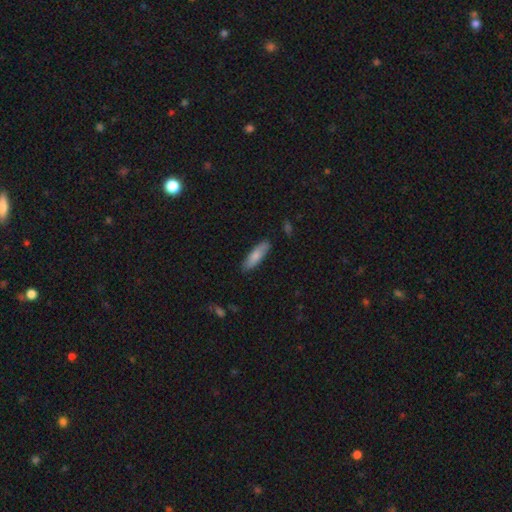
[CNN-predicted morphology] Overall: smooth (80%). How rounded: cigar-shaped (58%; in between 41%). Merging: none (86%).